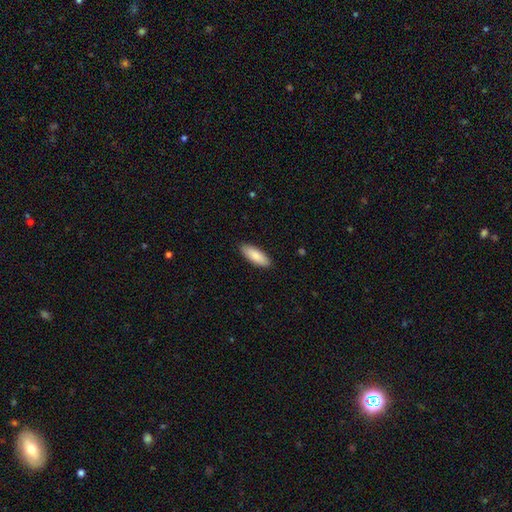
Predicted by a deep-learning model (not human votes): Smooth or featured: smooth — 87% (featured or disk — 8%)
How rounded: in between — 69% (cigar-shaped — 30%)
Merging: none — 89% (minor disturbance — 8%)